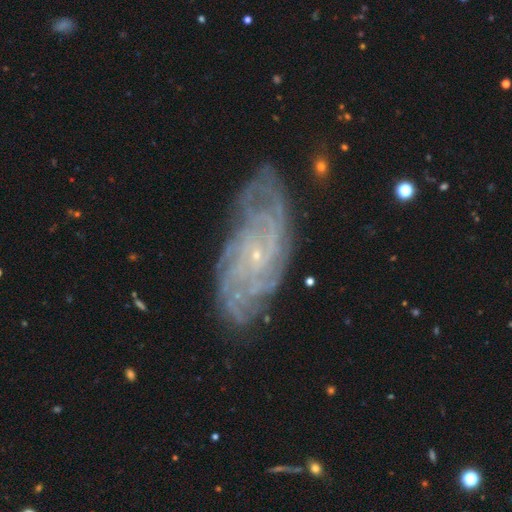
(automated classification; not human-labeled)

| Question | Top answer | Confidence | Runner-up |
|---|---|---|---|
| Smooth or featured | featured or disk | 86% | smooth (7%) |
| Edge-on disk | no | 94% | yes (6%) |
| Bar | no | 71% | weak (23%) |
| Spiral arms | yes | 96% | no (4%) |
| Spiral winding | tight | 68% | medium (26%) |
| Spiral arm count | can't tell | 33% | 4 (20%) |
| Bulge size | small | 88% | moderate (7%) |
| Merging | none | 78% | minor disturbance (16%) |